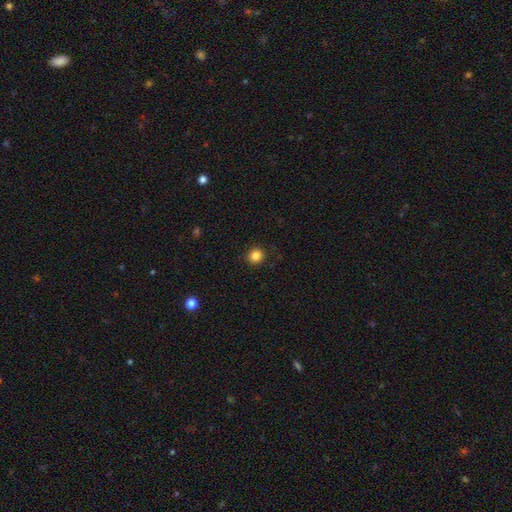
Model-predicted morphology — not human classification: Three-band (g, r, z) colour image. It shows a smooth galaxy with no disk features (85%) that is round (91%). Merging: none (91%).